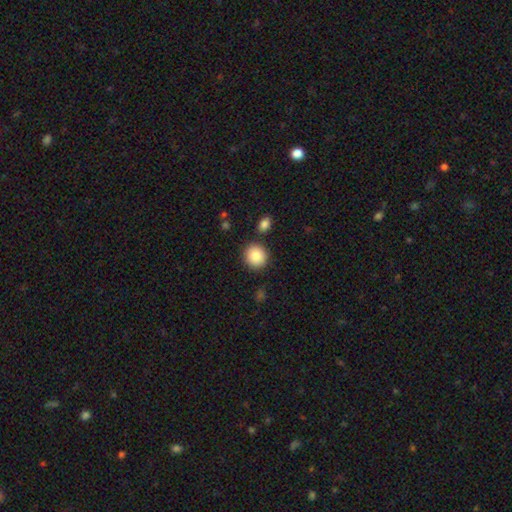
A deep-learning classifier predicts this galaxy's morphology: A smooth galaxy with no disk features (86%) that is round (88%). Merging: none (85%).